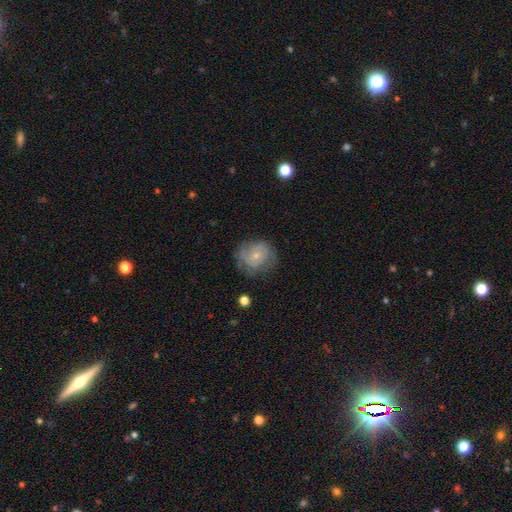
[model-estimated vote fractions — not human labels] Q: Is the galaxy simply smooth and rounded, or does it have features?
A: smooth — 51%.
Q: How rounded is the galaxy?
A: round — 79%.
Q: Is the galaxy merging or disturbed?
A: none — 60%.